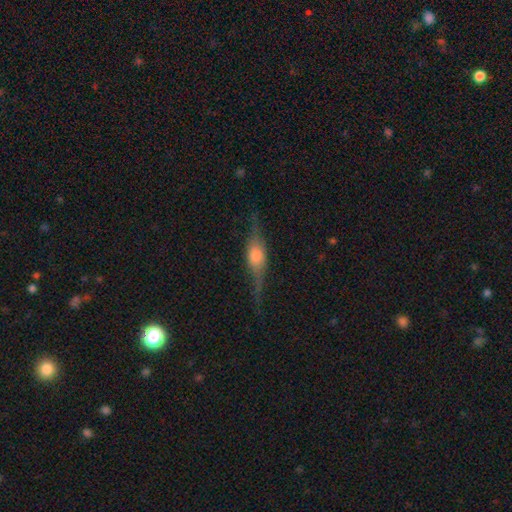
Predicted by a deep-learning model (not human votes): smooth_or_featured: featured or disk (p=0.67) [alt: smooth p=0.25]
disk_edge_on: yes (p=0.93) [alt: no p=0.07]
edge_on_bulge: rounded (p=0.83) [alt: boxy p=0.14]
merging: none (p=0.73) [alt: minor disturbance p=0.18]